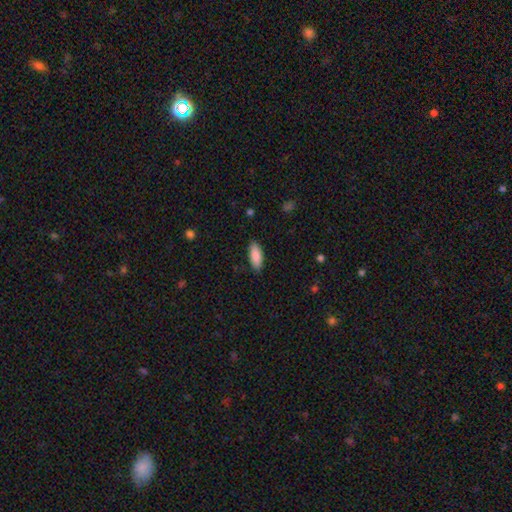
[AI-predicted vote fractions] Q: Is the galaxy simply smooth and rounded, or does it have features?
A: smooth — 89%.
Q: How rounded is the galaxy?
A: in between — 79%.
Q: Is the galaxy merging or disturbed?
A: none — 88%.